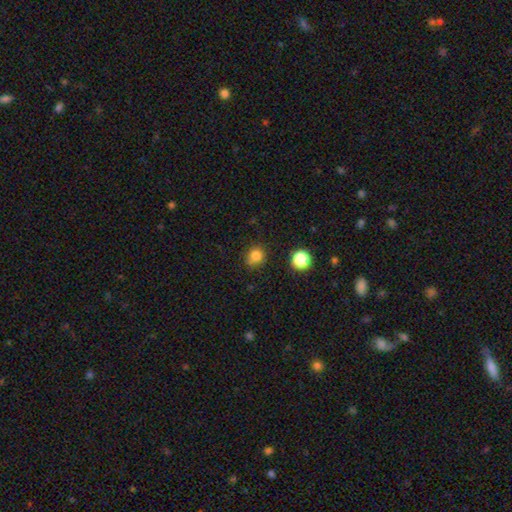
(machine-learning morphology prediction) Q: Smooth or featured?
A: smooth (81%); runner-up: star or artifact (14%)
Q: How rounded?
A: round (84%); runner-up: in between (15%)
Q: Merging?
A: none (76%); runner-up: minor disturbance (16%)